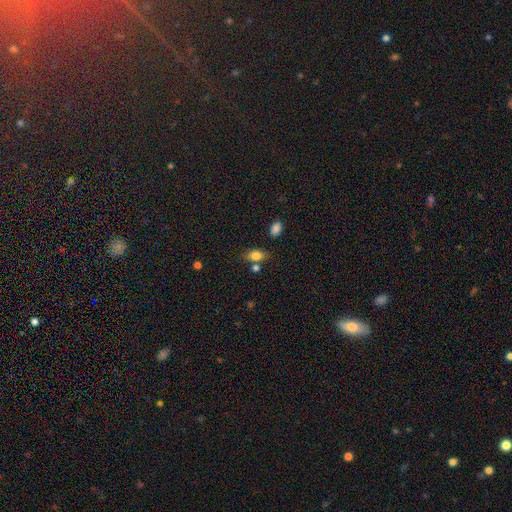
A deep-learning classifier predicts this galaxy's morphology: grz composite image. It shows a smooth galaxy with no disk features (78%) that is in between round and cigar-shaped (79%). Merging: none (64%).